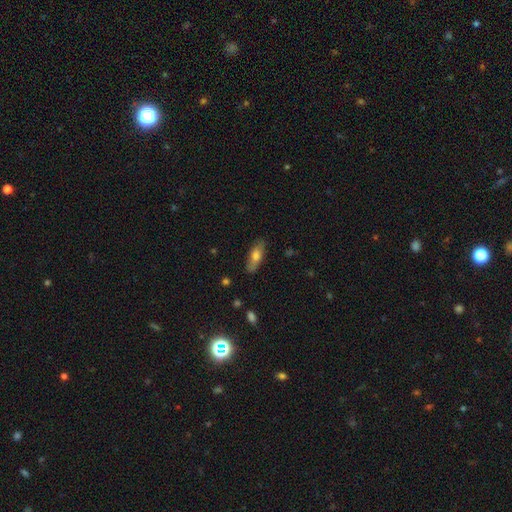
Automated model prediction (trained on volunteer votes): This appears to be a smooth galaxy with no disk features (68%) that is in between round and cigar-shaped (66%). Merging: none (81%).